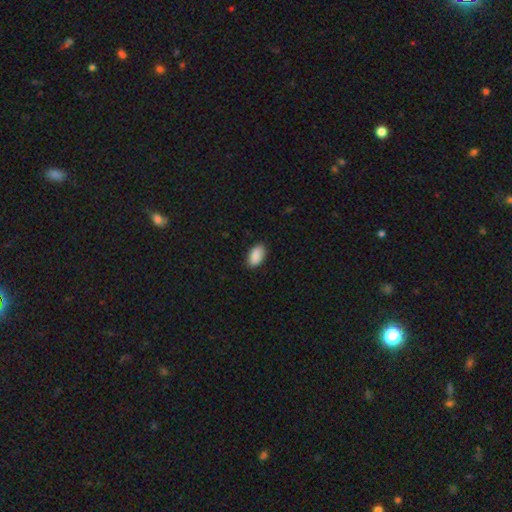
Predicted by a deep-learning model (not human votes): Smooth or featured? smooth (89%)
How rounded? in between (93%)
Merging? none (84%)